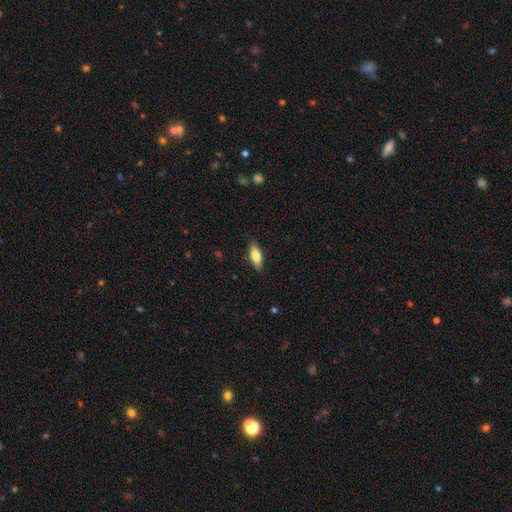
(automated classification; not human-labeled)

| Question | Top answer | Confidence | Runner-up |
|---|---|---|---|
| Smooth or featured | smooth | 81% | featured or disk (13%) |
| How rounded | in between | 74% | cigar-shaped (24%) |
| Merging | none | 87% | minor disturbance (10%) |